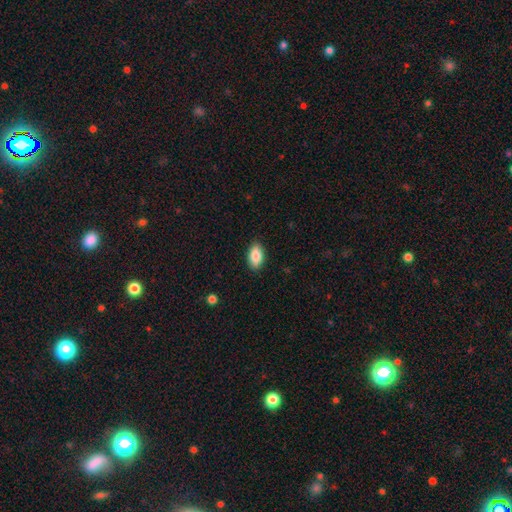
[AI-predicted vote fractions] Morphology: type=smooth (85%); roundness=in between (92%); merging=none (87%).